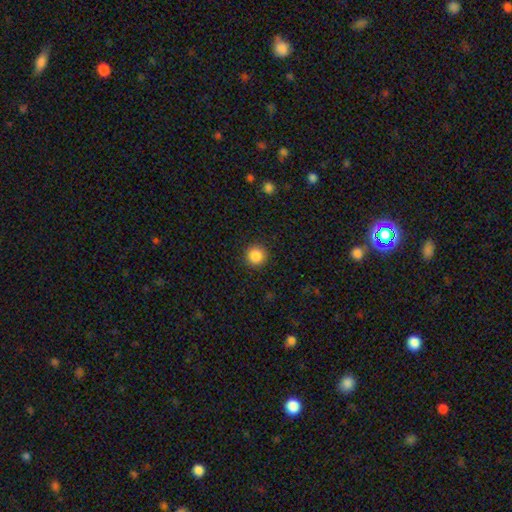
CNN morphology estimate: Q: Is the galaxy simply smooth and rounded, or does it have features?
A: smooth — 87%.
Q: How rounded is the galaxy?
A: round — 96%.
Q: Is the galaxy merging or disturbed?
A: none — 92%.